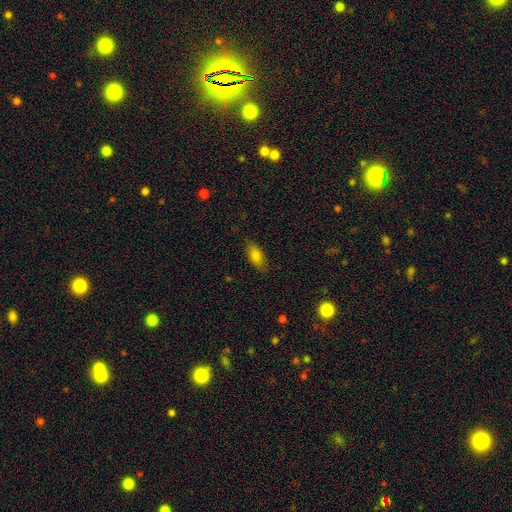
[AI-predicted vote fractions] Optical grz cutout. It shows a smooth galaxy with no disk features (79%) that is in between round and cigar-shaped (82%). Merging: none (81%).